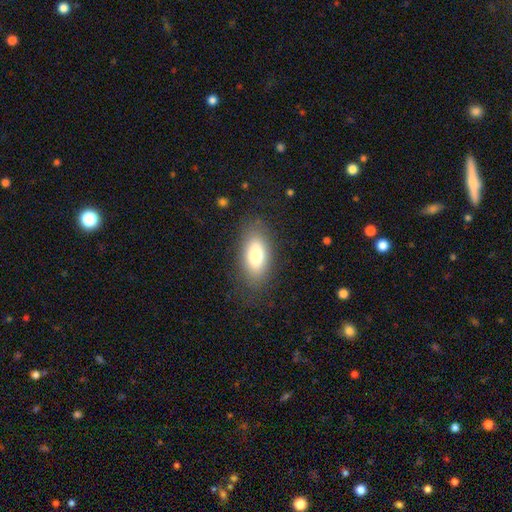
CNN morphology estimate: smooth-or-featured: smooth: 74% | featured or disk: 17% | star or artifact: 8%
  how-rounded: in between: 89% | round: 5% | cigar-shaped: 5%
  merging: none: 81% | minor disturbance: 13% | major disturbance: 5% | merger: 1%